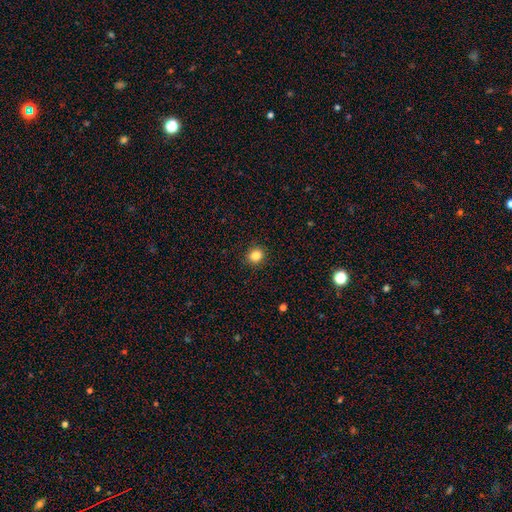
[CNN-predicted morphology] type=smooth (85%); roundness=round (82%); merging=none (91%).